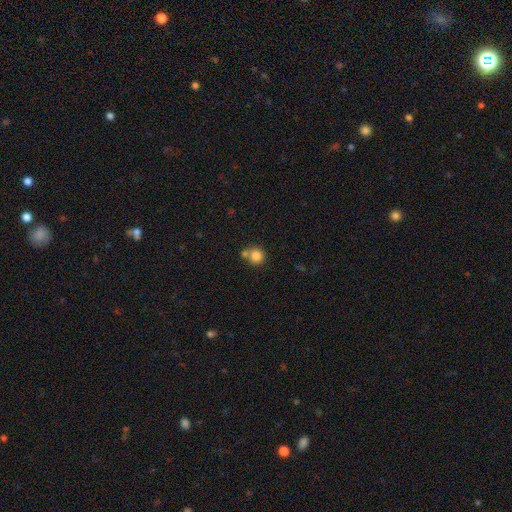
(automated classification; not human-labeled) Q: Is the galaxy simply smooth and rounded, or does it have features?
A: smooth — 83%.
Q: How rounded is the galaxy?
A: round — 91%.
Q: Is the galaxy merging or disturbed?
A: none — 60%.